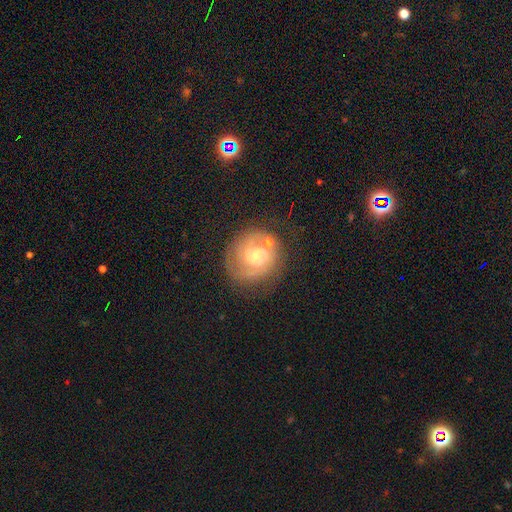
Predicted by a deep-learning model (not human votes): Morphology: type=featured or disk (81%); edge-on=no (98%); bar=no (49%); spiral arms=yes (94%); winding=tight (61%); arm count=2 (53%); bulge=small (62%); merging=none (68%).